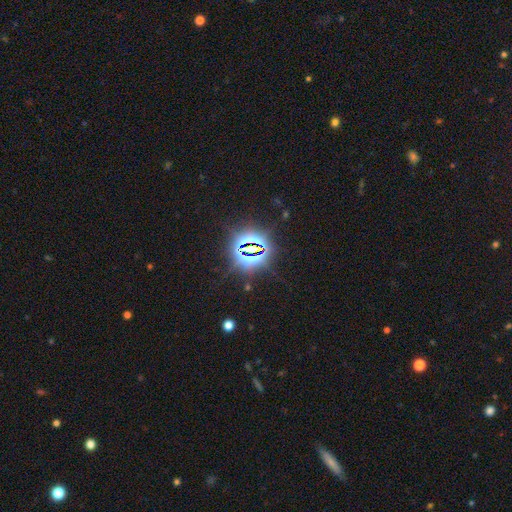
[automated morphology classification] This is clearly a star or artifact rather than a galaxy (82%).